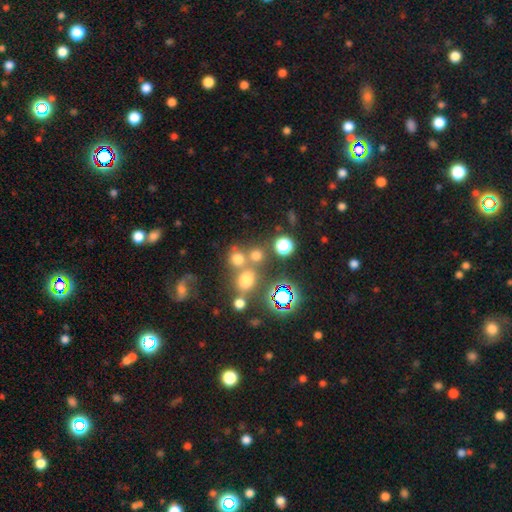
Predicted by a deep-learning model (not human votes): A smooth galaxy with no disk features (59%) that is round (82%). Merging: none (56%).